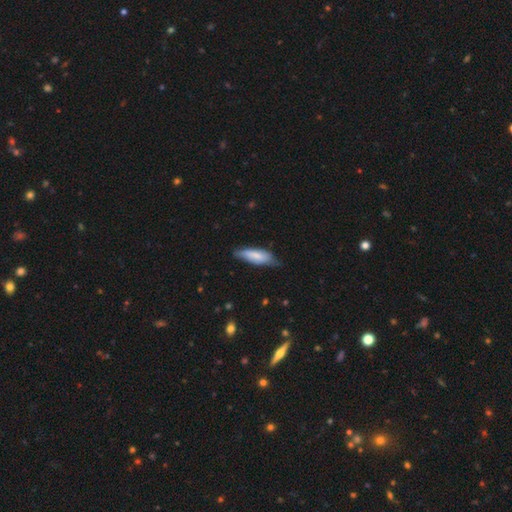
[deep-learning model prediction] A smooth galaxy with no disk features (72%) that is in between round and cigar-shaped (52%). Merging: none (59%).